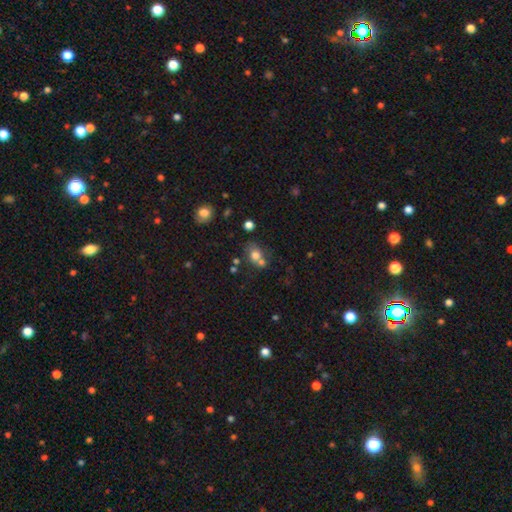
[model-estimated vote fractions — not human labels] Morphology: type=smooth (73%); roundness=round (55%); merging=none (42%).